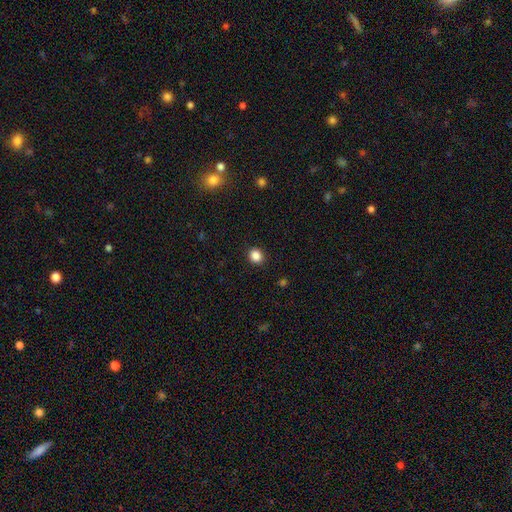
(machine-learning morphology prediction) A smooth galaxy with no disk features (86%) that is round (71%).

Vote fractions:
- Smooth or featured? smooth: 86% / star or artifact: 10% / featured or disk: 3%
- How rounded? round: 71% / in between: 28% / cigar-shaped: 1%
- Merging? none: 91% / minor disturbance: 6% / major disturbance: 2% / merger: 1%